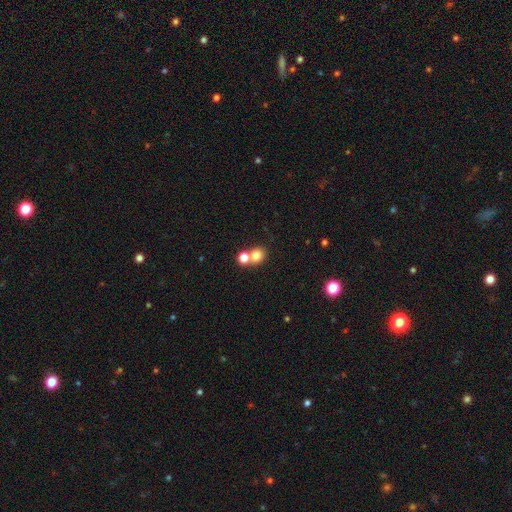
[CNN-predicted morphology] A smooth galaxy with no disk features (78%) that is round (74%). Merging: merger (47%).